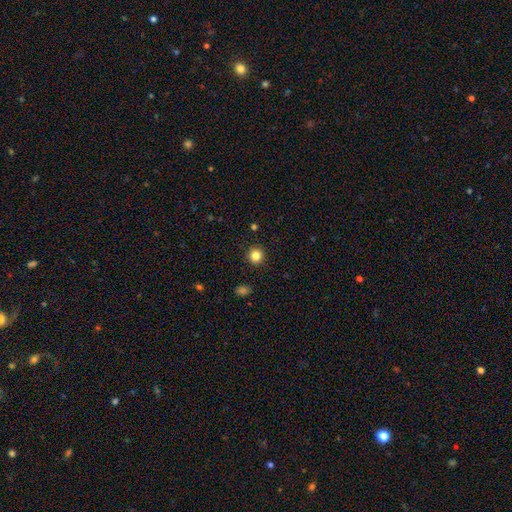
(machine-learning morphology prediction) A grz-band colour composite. It shows a smooth galaxy with no disk features (83%) that is round (93%). Merging: none (92%).